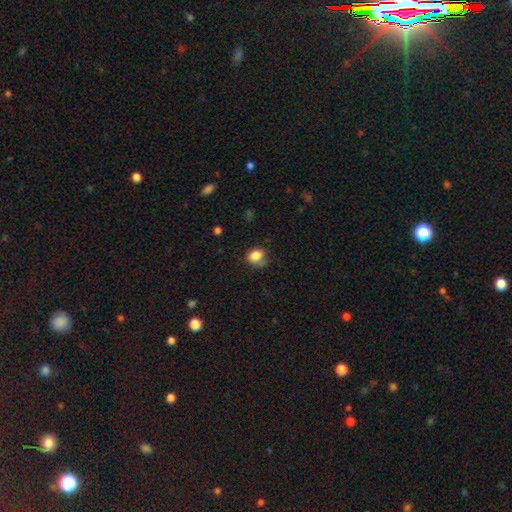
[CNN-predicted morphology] Smooth or featured: smooth — 84% (star or artifact — 9%)
How rounded: round — 54% (in between — 45%)
Merging: none — 57% (minor disturbance — 30%)